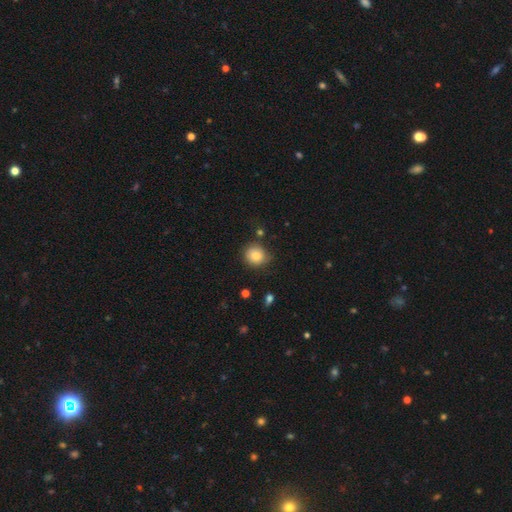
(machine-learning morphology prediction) Smooth or featured?
  - smooth: 83% *
  - star or artifact: 9%
  - featured or disk: 7%
How rounded?
  - round: 84% *
  - in between: 15%
  - cigar-shaped: 1%
Merging?
  - none: 77% *
  - minor disturbance: 16%
  - major disturbance: 4%
  - merger: 3%